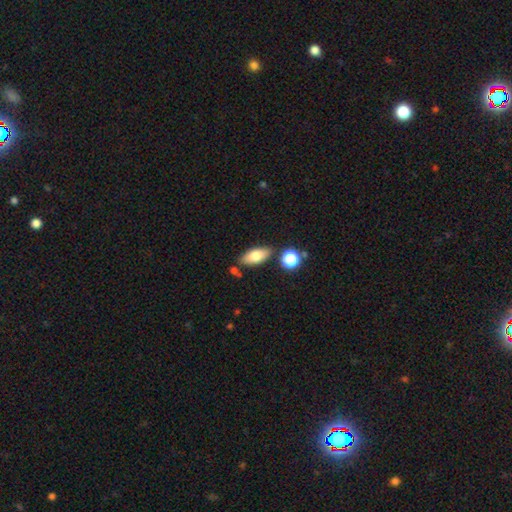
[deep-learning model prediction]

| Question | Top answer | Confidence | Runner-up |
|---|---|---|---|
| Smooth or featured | smooth | 76% | featured or disk (16%) |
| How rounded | in between | 83% | cigar-shaped (13%) |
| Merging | none | 78% | minor disturbance (12%) |